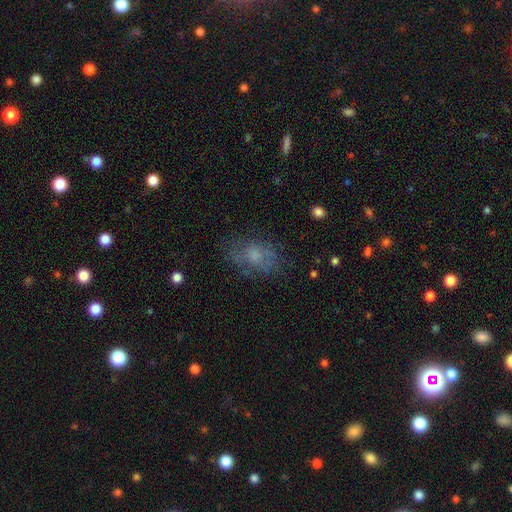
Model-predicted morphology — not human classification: Smooth or featured? Predicted: smooth (p=0.50). How rounded? Predicted: in between (p=0.78). Merging? Predicted: none (p=0.62).